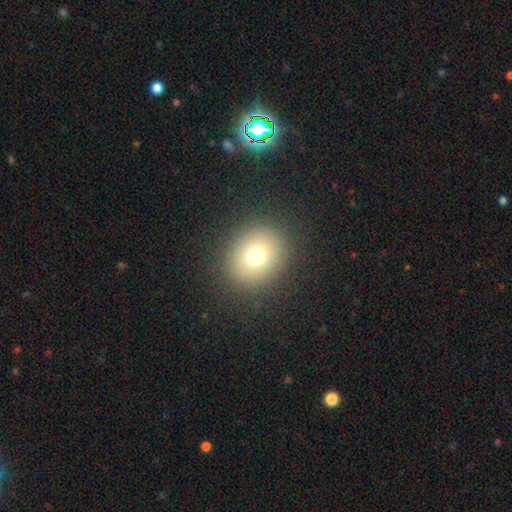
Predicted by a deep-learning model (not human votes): Q: Smooth or featured?
A: smooth (73%); runner-up: star or artifact (16%)
Q: How rounded?
A: round (73%); runner-up: in between (26%)
Q: Merging?
A: none (89%); runner-up: minor disturbance (7%)